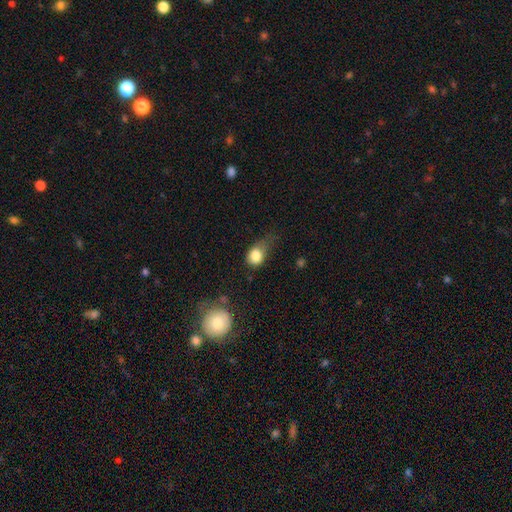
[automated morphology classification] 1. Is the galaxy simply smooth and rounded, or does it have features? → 82% smooth, 9% featured or disk, 9% star or artifact.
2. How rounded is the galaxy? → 51% in between, 47% round, 2% cigar-shaped.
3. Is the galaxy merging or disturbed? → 38% minor disturbance, 29% major disturbance, 29% none, 4% merger.